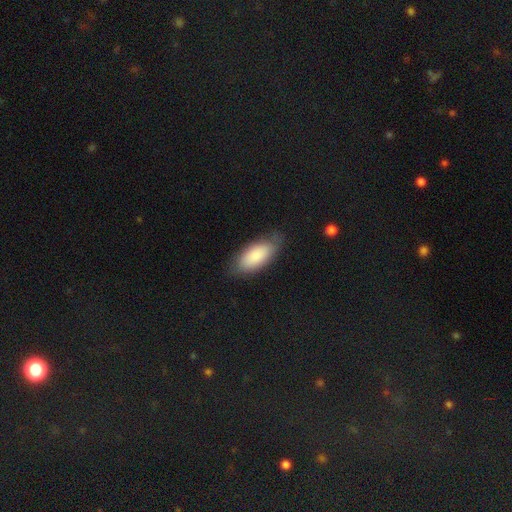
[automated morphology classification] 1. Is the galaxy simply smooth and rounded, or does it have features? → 84% smooth, 11% featured or disk, 6% star or artifact.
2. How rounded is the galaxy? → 89% in between, 9% cigar-shaped, 2% round.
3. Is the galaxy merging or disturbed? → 73% none, 20% minor disturbance, 5% major disturbance, 1% merger.